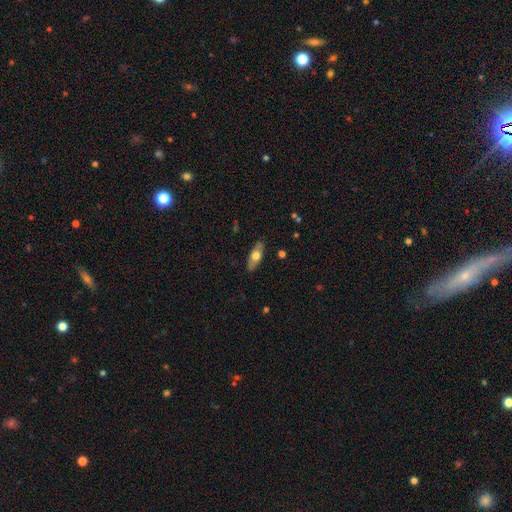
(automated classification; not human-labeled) This appears to be a smooth galaxy with no disk features (58%) that is in between round and cigar-shaped (73%). Merging: none (85%).